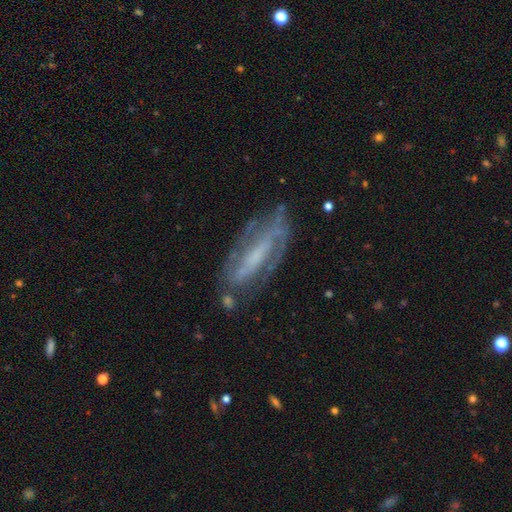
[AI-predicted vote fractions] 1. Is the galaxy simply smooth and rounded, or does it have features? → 75% featured or disk, 17% smooth, 8% star or artifact.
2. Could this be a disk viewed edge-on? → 81% no, 19% yes.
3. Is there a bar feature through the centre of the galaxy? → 36% strong, 35% weak, 28% no.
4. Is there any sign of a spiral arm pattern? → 81% yes, 19% no.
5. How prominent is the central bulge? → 39% small, 30% none, 23% moderate, 5% large, 1% dominant.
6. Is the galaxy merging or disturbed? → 67% none, 20% minor disturbance, 10% major disturbance, 3% merger.